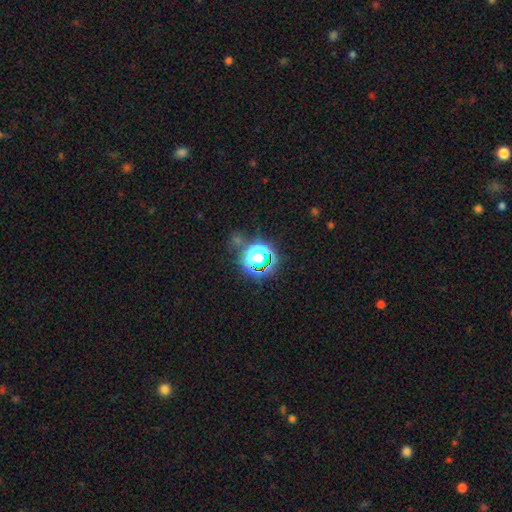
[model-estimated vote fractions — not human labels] A star or artifact, not a galaxy (46%).

Vote fractions:
- Smooth or featured? star or artifact: 46% / smooth: 42% / featured or disk: 12%